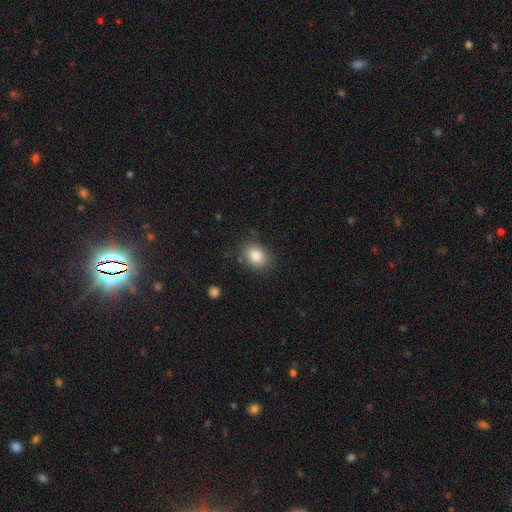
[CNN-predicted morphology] smooth-or-featured: smooth: 85% | star or artifact: 9% | featured or disk: 6%
  how-rounded: in between: 64% | round: 35% | cigar-shaped: 1%
  merging: none: 80% | minor disturbance: 14% | major disturbance: 4% | merger: 2%